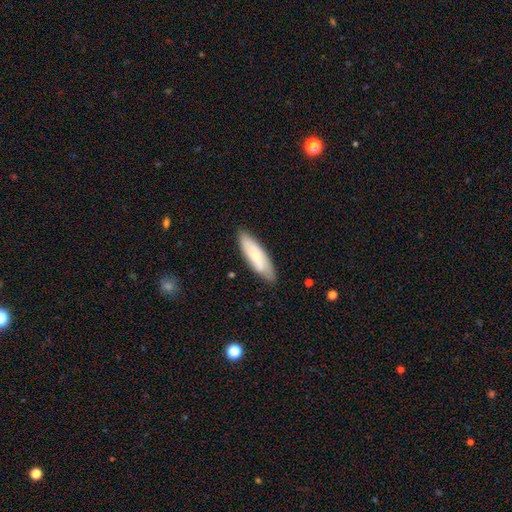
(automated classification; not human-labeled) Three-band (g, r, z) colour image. It shows a smooth galaxy with no disk features (72%) that is cigar-shaped (54%). Merging: none (81%).